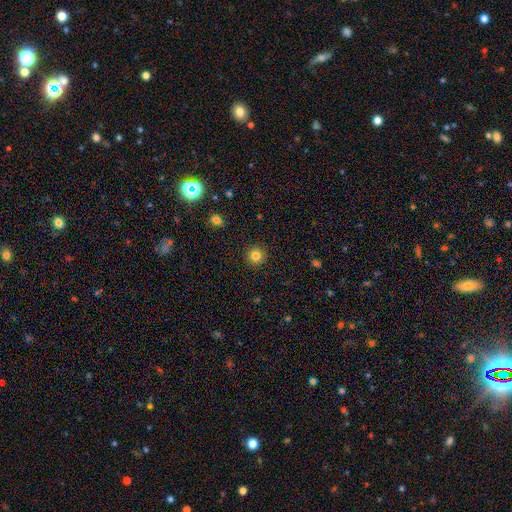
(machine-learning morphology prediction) A smooth galaxy with no disk features (83%) that is round (95%).

Vote fractions:
- Smooth or featured? smooth: 83% / star or artifact: 12% / featured or disk: 5%
- How rounded? round: 95% / in between: 4% / cigar-shaped: 1%
- Merging? none: 92% / minor disturbance: 5% / major disturbance: 2% / merger: 1%